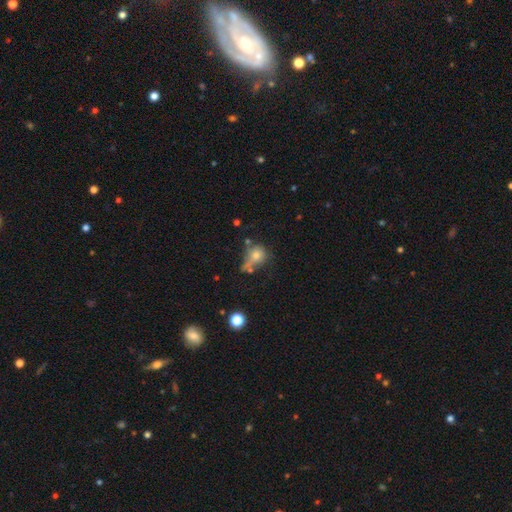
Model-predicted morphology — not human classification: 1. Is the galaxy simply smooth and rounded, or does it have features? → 69% smooth, 18% featured or disk, 13% star or artifact.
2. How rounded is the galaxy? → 67% round, 31% in between, 2% cigar-shaped.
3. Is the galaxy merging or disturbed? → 38% none, 23% merger, 22% minor disturbance, 17% major disturbance.